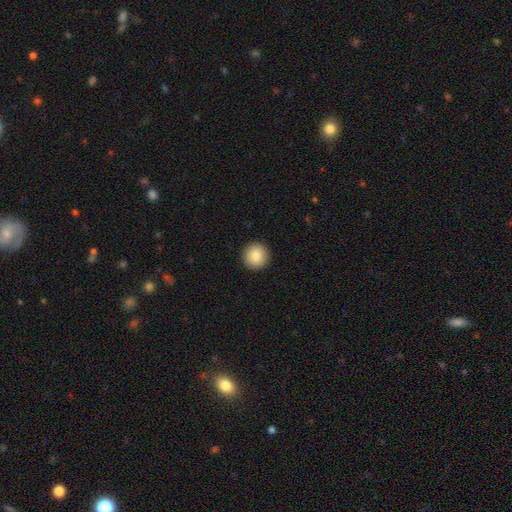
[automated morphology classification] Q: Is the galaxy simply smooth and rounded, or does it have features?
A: smooth — 85%.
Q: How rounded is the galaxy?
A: round — 94%.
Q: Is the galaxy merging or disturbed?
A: none — 93%.